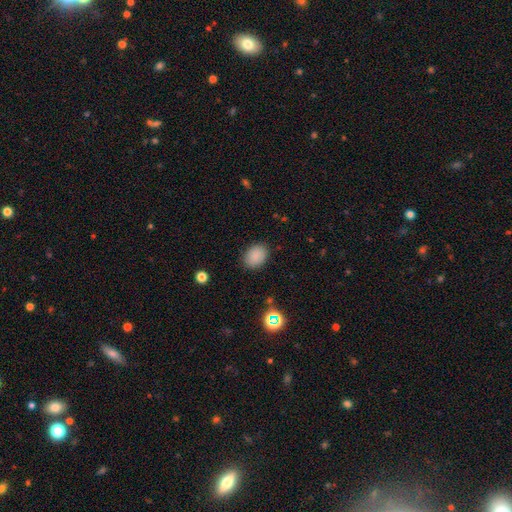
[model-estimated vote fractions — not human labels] smooth-or-featured: smooth: 86% | star or artifact: 10% | featured or disk: 4%
  how-rounded: in between: 71% | round: 28% | cigar-shaped: 1%
  merging: none: 86% | minor disturbance: 10% | major disturbance: 3% | merger: 1%